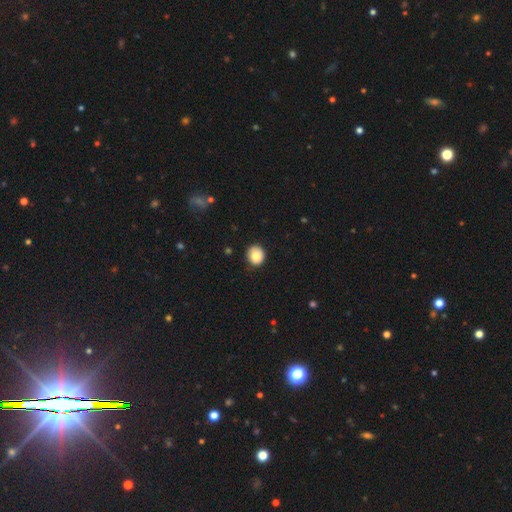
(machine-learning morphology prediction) The model was most divided on "how rounded": round: 81%, in between: 18%, cigar-shaped: 1%. More confident: merging — none (86%); smooth or featured — smooth (81%).